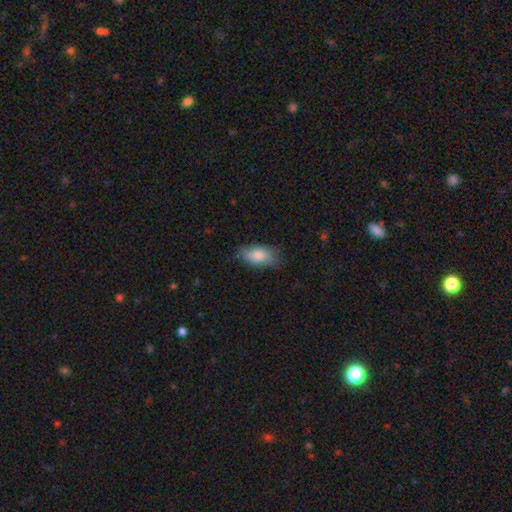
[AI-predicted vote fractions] Smooth or featured? Predicted: smooth (p=0.79). How rounded? Predicted: in between (p=0.90). Merging? Predicted: none (p=0.77).